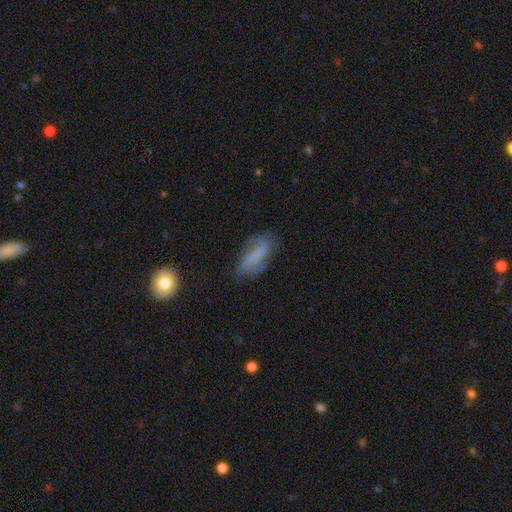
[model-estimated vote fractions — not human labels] A featured or disk galaxy (45%, tied with smooth).

Vote fractions:
- Smooth or featured? featured or disk: 45% (tied) / smooth: 45% (tied) / star or artifact: 10%
- Merging? none: 58% / minor disturbance: 26% / major disturbance: 13% / merger: 3%